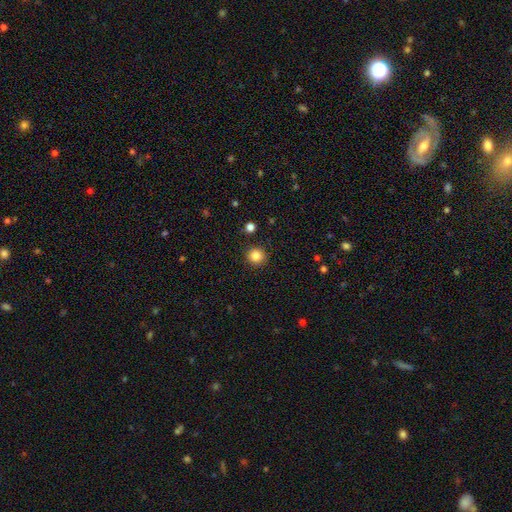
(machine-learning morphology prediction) Q: Smooth or featured?
A: smooth (85%); runner-up: star or artifact (11%)
Q: How rounded?
A: round (94%); runner-up: in between (5%)
Q: Merging?
A: none (91%); runner-up: minor disturbance (5%)